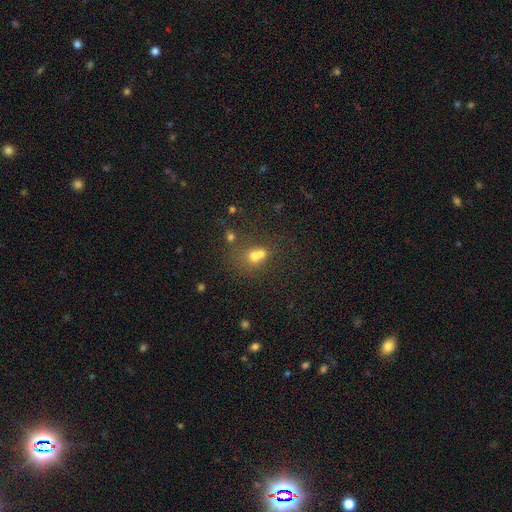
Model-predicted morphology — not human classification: Smooth or featured: smooth — 61% (star or artifact — 20%)
How rounded: round — 74% (in between — 25%)
Merging: merger — 58% (none — 31%)